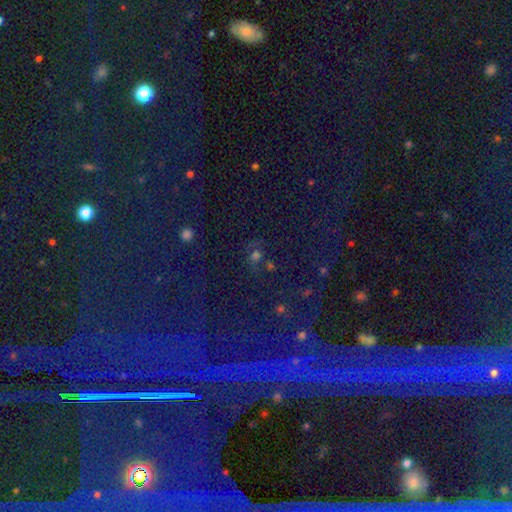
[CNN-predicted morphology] Q: Smooth or featured?
A: star or artifact (55%); runner-up: smooth (33%)